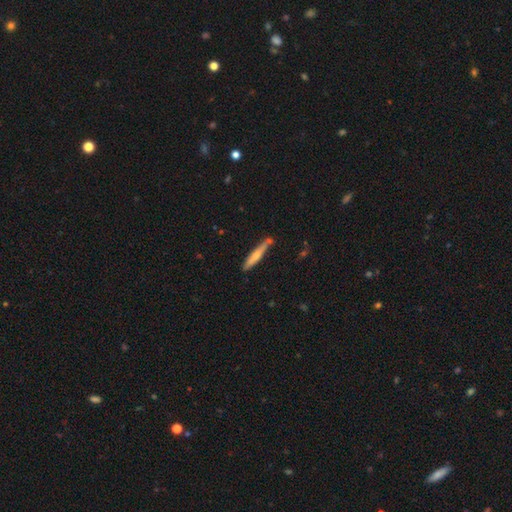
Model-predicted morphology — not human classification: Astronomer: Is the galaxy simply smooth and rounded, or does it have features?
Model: smooth — 55% (runner-up: featured or disk, 39%).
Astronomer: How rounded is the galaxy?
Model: cigar-shaped — 93%.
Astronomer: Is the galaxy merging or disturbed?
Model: none — 75%.